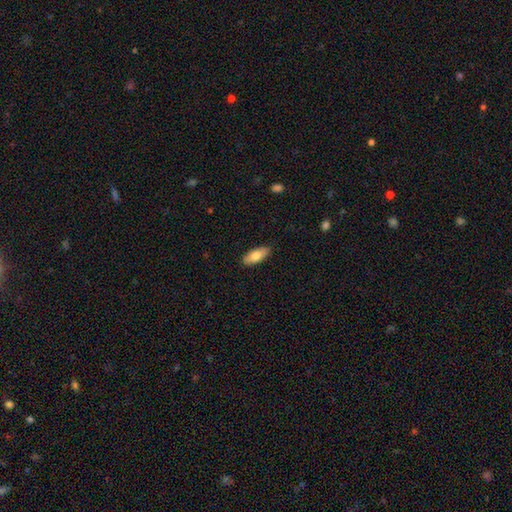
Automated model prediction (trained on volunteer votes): Smooth or featured?
  - smooth: 77% *
  - featured or disk: 17%
  - star or artifact: 6%
How rounded?
  - in between: 81% *
  - cigar-shaped: 17%
  - round: 2%
Merging?
  - none: 88% *
  - minor disturbance: 10%
  - major disturbance: 2%
  - merger: 1%